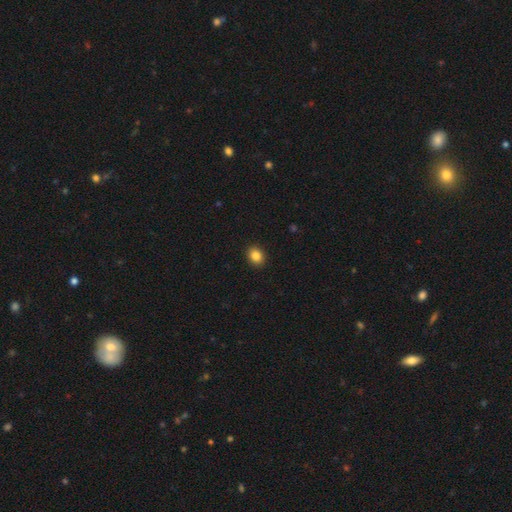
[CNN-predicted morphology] Smooth or featured: smooth — 86% (star or artifact — 9%)
How rounded: round — 52% (in between — 47%)
Merging: none — 91% (minor disturbance — 6%)